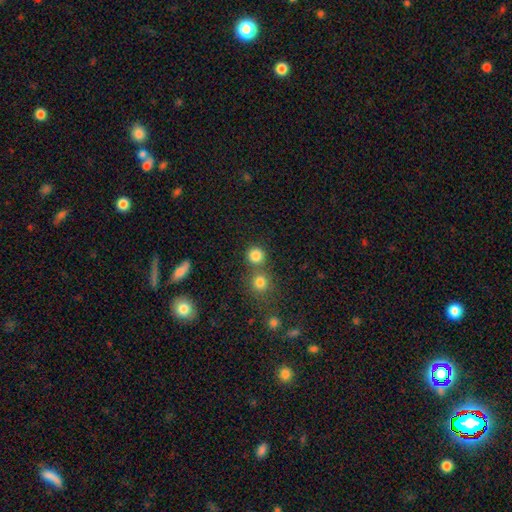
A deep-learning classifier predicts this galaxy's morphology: Q: Smooth or featured?
A: smooth (83%); runner-up: star or artifact (13%)
Q: How rounded?
A: round (91%); runner-up: in between (8%)
Q: Merging?
A: none (68%); runner-up: merger (22%)